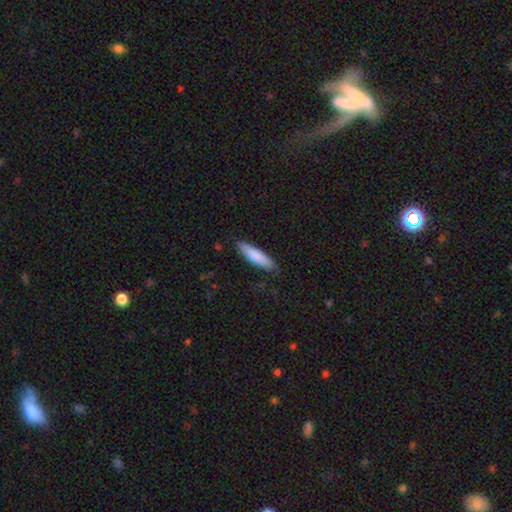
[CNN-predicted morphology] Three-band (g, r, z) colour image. It shows a smooth galaxy with no disk features (84%) that is cigar-shaped (71%). Merging: none (83%).